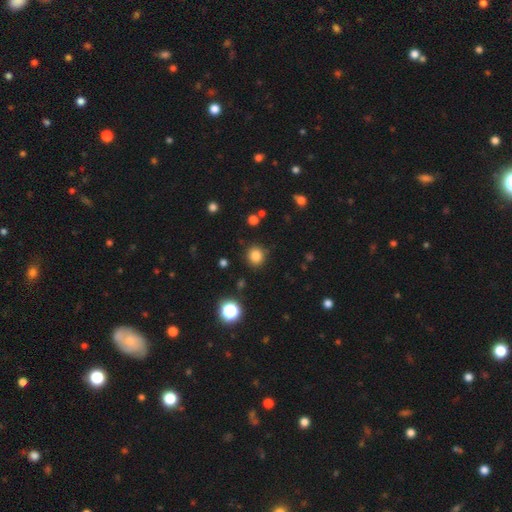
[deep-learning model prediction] A smooth galaxy with no disk features (82%) that is round (87%).

Vote fractions:
- Smooth or featured? smooth: 82% / star or artifact: 13% / featured or disk: 5%
- How rounded? round: 87% / in between: 12% / cigar-shaped: 1%
- Merging? none: 88% / minor disturbance: 7% / major disturbance: 2% / merger: 2%